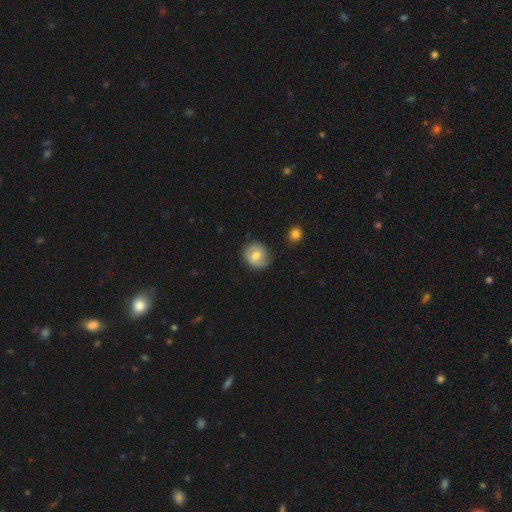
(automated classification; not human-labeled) Smooth or featured? Predicted: smooth (p=0.63). How rounded? Predicted: round (p=0.84). Merging? Predicted: none (p=0.79).